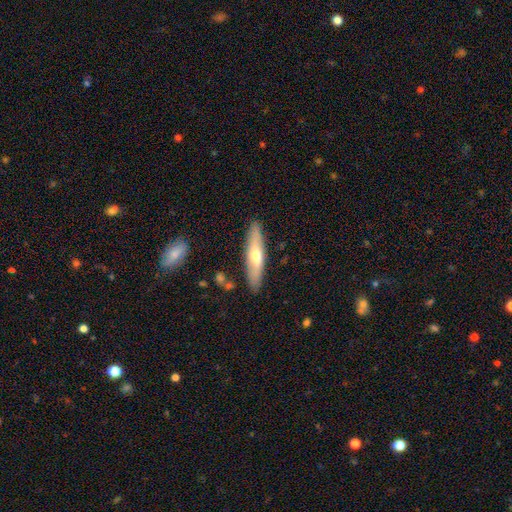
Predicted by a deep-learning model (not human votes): Smooth or featured?
  - smooth: 52% *
  - featured or disk: 43%
  - star or artifact: 6%
How rounded?
  - cigar-shaped: 77% *
  - in between: 22%
  - round: 2%
Merging?
  - none: 86% *
  - minor disturbance: 10%
  - merger: 2%
  - major disturbance: 2%